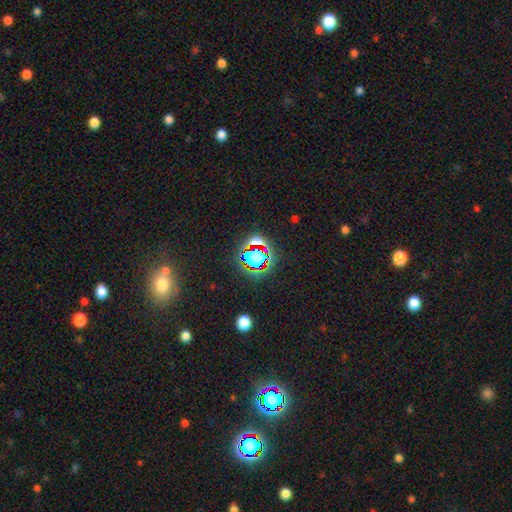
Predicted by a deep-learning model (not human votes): smooth-or-featured: star or artifact: 59% | smooth: 28% | featured or disk: 13%